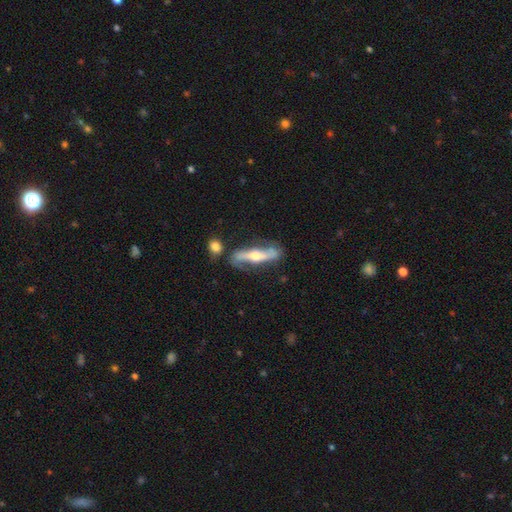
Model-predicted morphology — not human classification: Q: Smooth or featured?
A: featured or disk (76%); runner-up: smooth (19%)
Q: Edge-on disk?
A: yes (54%); runner-up: no (46%)
Q: Merging?
A: none (70%); runner-up: minor disturbance (17%)